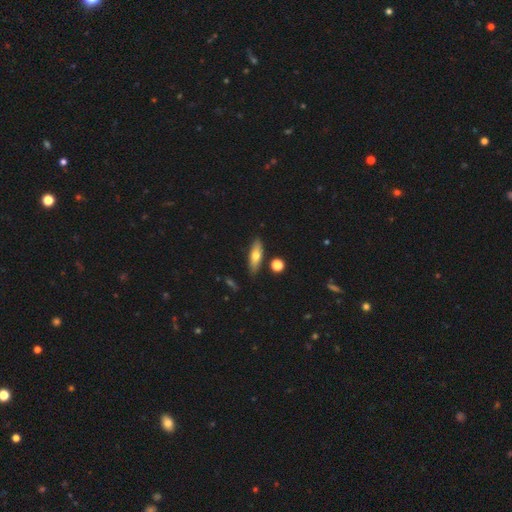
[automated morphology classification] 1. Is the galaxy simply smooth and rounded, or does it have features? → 60% smooth, 32% featured or disk, 7% star or artifact.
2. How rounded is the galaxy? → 52% cigar-shaped, 45% in between, 4% round.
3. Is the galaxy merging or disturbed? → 84% none, 10% minor disturbance, 4% merger, 2% major disturbance.